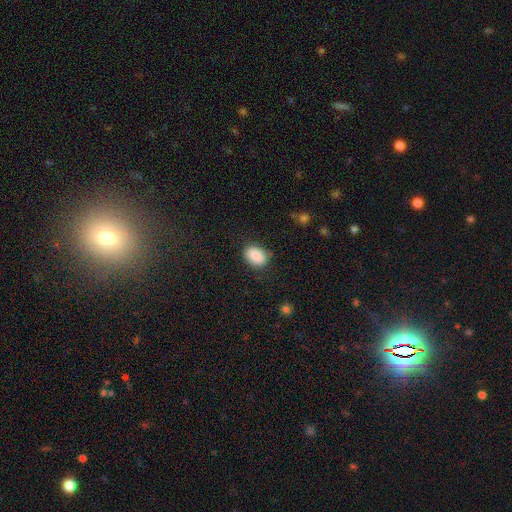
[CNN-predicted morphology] A smooth galaxy with no disk features (87%) that is in between round and cigar-shaped (73%). Merging: none (80%).